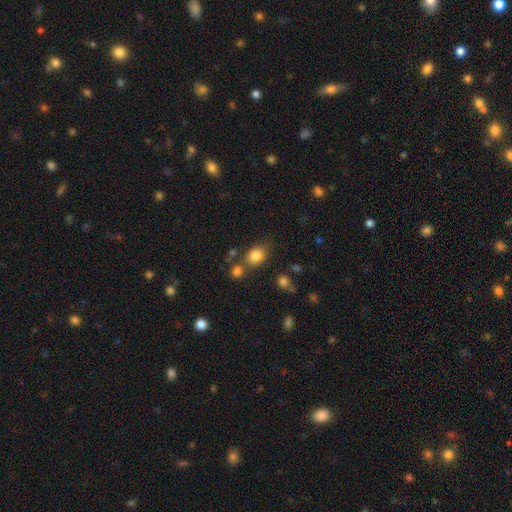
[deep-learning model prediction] Smooth or featured?
  - smooth: 82% *
  - star or artifact: 11%
  - featured or disk: 7%
How rounded?
  - in between: 54% *
  - round: 45%
  - cigar-shaped: 1%
Merging?
  - none: 65% *
  - merger: 17%
  - minor disturbance: 13%
  - major disturbance: 5%